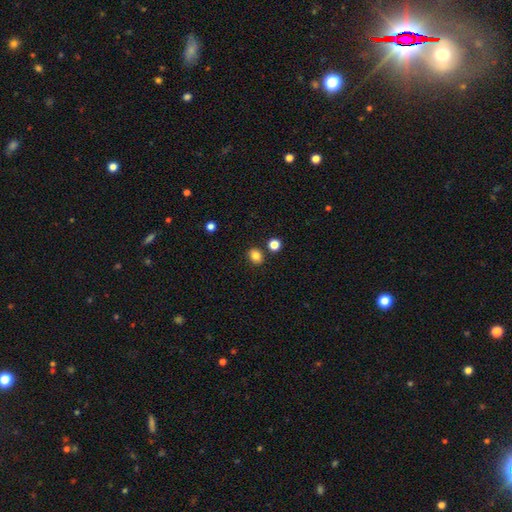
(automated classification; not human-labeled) smooth-or-featured: smooth: 83% | star or artifact: 12% | featured or disk: 5%
  how-rounded: round: 60% | in between: 39% | cigar-shaped: 1%
  merging: none: 84% | minor disturbance: 9% | merger: 6% | major disturbance: 2%